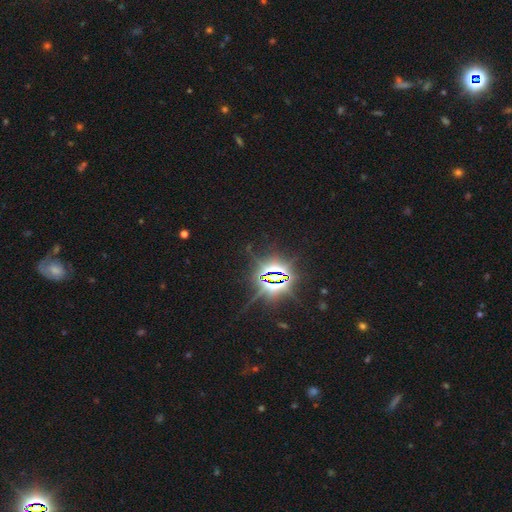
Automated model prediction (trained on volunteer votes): Morphology: type=star or artifact (85%).